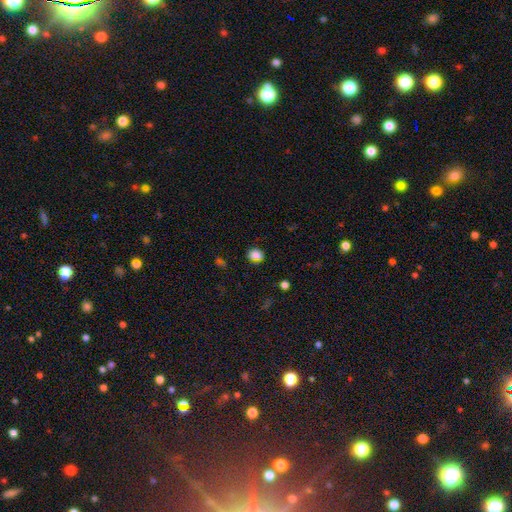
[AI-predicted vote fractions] Morphology: type=smooth (79%); roundness=round (58%); merging=none (78%).